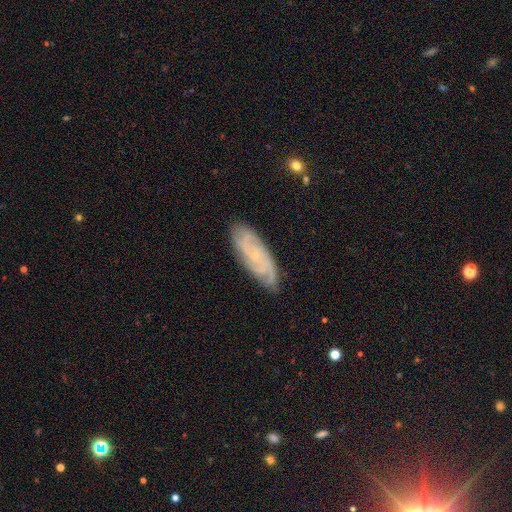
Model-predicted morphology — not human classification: featured or disk 74%, smooth 19%, star or artifact 8%. Down the decision tree: edge-on disk — no (88%); bar — no (72%); spiral arms — yes (94%); spiral arm count — can't tell (36%); spiral winding — tight (58%); bulge size — small (80%); merging — none (81%).